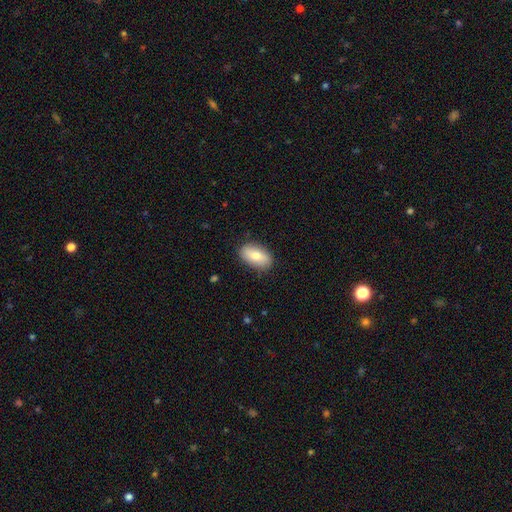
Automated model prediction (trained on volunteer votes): A smooth galaxy with no disk features (76%) that is in between round and cigar-shaped (92%). Merging: none (86%).